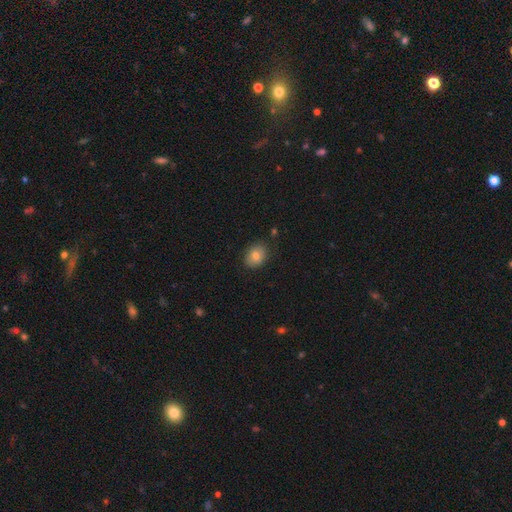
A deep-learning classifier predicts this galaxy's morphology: This is likely a smooth galaxy (80%). How rounded: possibly in between (58%). Merging: clearly none (82%).